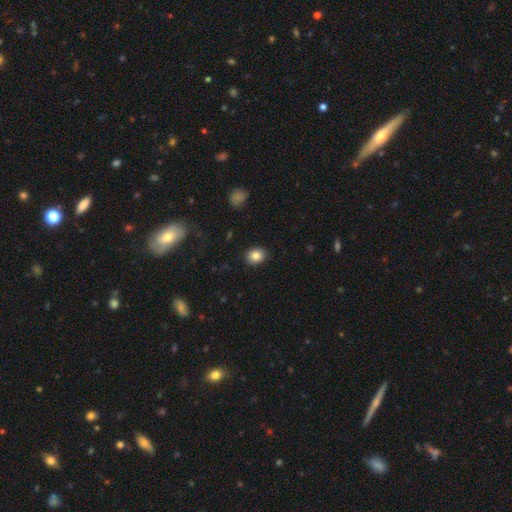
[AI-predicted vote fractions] Smooth or featured? smooth (83%)
How rounded? round (53%)
Merging? none (90%)